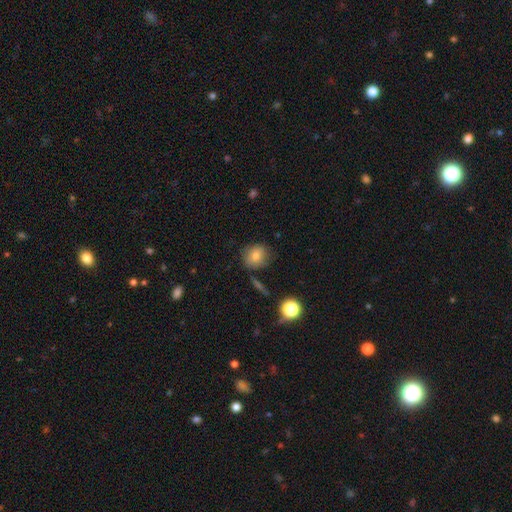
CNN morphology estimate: smooth-or-featured: smooth: 78% | featured or disk: 12% | star or artifact: 10%
  how-rounded: round: 76% | in between: 22% | cigar-shaped: 1%
  merging: none: 75% | minor disturbance: 17% | major disturbance: 4% | merger: 4%